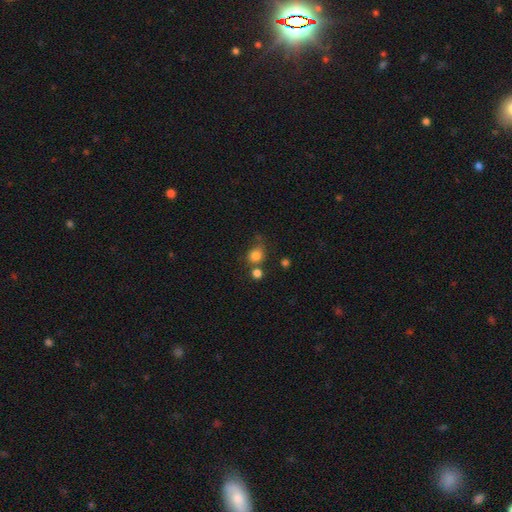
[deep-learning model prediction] This is clearly a smooth galaxy (81%). How rounded: likely round (77%). Merging: possibly none (58%).